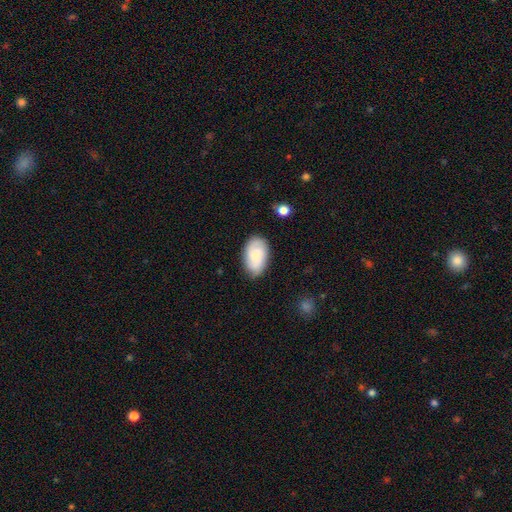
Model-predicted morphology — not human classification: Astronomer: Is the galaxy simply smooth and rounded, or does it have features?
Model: smooth — 48% (runner-up: featured or disk, 44%).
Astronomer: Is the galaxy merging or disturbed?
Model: none — 80%.